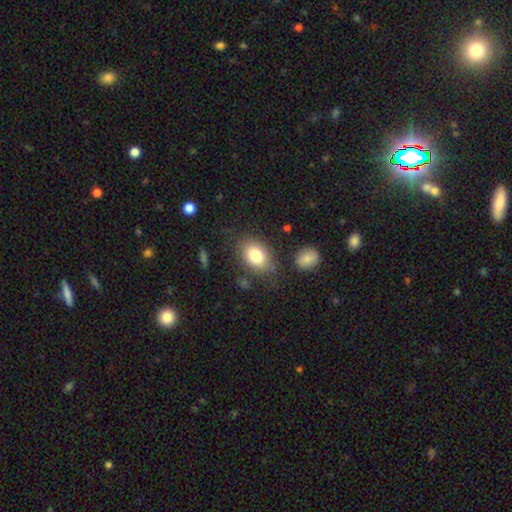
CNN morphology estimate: Smooth or featured?
  - smooth: 80% *
  - featured or disk: 11%
  - star or artifact: 9%
How rounded?
  - in between: 79% *
  - round: 20%
  - cigar-shaped: 1%
Merging?
  - none: 75% *
  - minor disturbance: 15%
  - major disturbance: 5%
  - merger: 4%